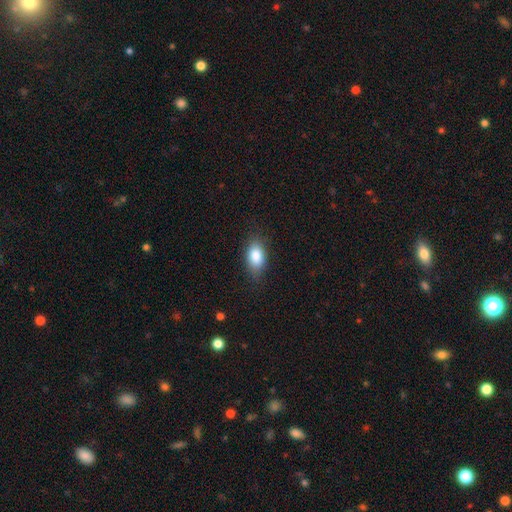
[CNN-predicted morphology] Smooth or featured? smooth (85%)
How rounded? in between (88%)
Merging? none (80%)